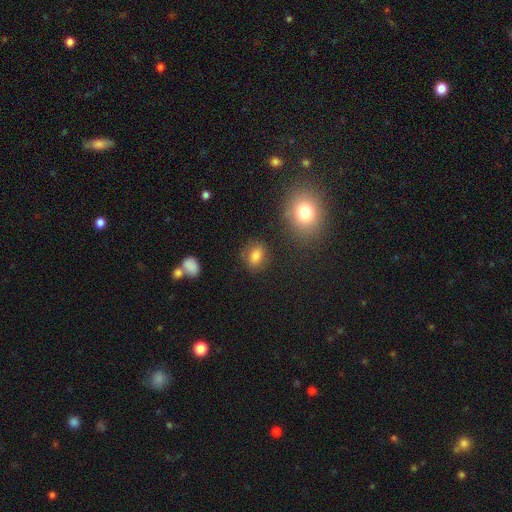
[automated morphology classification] Overall: smooth (80%). How rounded: in between (64%; round 34%). Merging: none (79%).